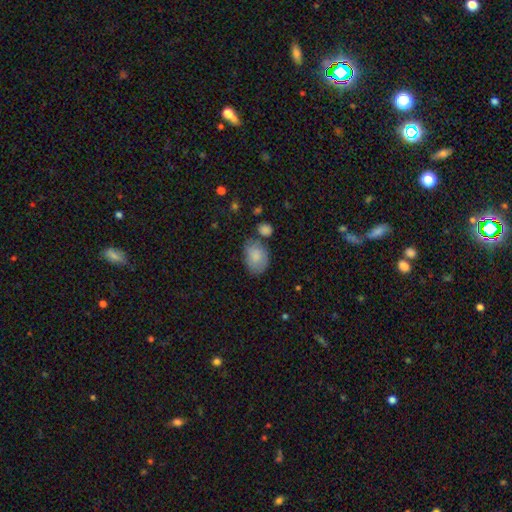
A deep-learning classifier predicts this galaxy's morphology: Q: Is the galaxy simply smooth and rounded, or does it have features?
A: smooth — 82%.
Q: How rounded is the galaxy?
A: in between — 82%.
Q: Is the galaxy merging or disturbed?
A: none — 53%.